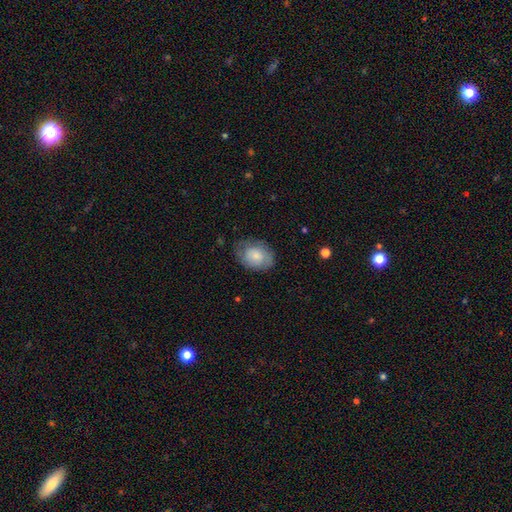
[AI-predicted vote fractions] smooth-or-featured: smooth: 73% | featured or disk: 20% | star or artifact: 7%
  how-rounded: in between: 69% | round: 30% | cigar-shaped: 1%
  merging: none: 65% | minor disturbance: 26% | major disturbance: 8% | merger: 1%